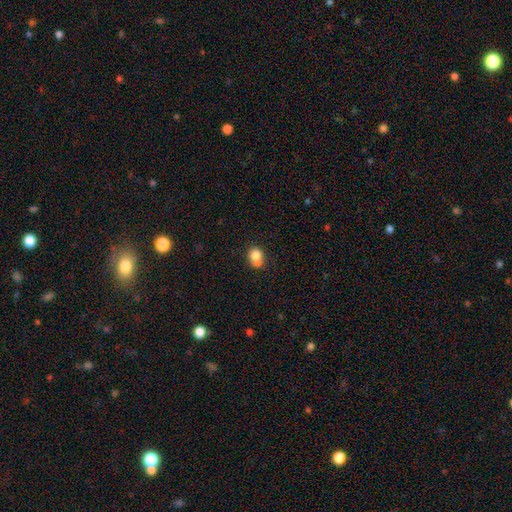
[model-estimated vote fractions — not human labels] Overall: smooth (80%). How rounded: round (54%; in between 45%). Merging: none (47%; minor disturbance 26%).